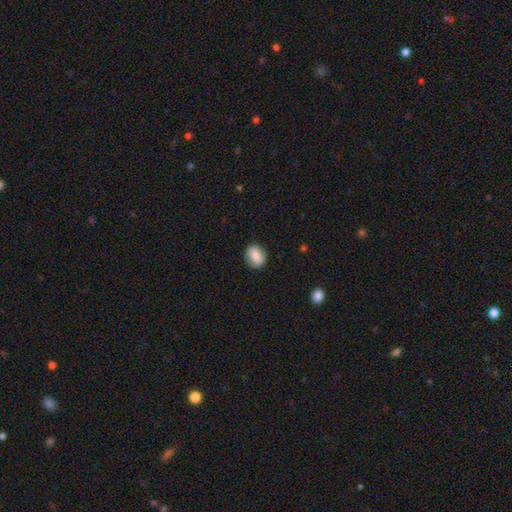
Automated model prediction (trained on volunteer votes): Morphology: type=smooth (76%); roundness=in between (53%); merging=none (83%).